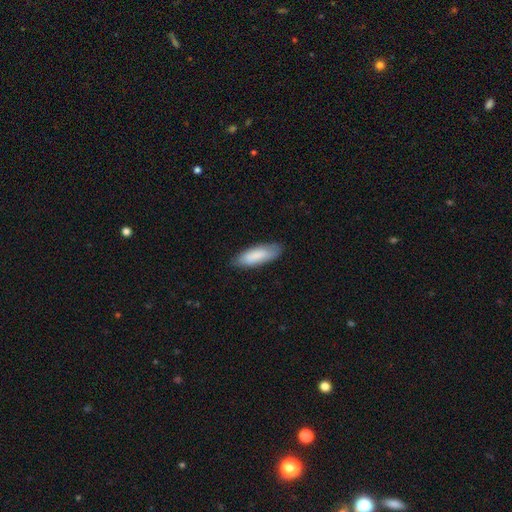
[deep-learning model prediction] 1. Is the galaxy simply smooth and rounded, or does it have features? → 85% smooth, 10% featured or disk, 5% star or artifact.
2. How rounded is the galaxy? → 63% in between, 35% cigar-shaped, 1% round.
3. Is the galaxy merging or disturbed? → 80% none, 16% minor disturbance, 3% major disturbance, 1% merger.